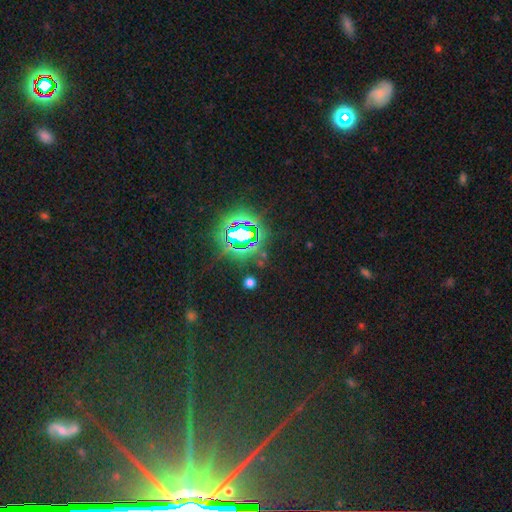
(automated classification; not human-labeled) smooth-or-featured: star or artifact: 83% | smooth: 10% | featured or disk: 7%